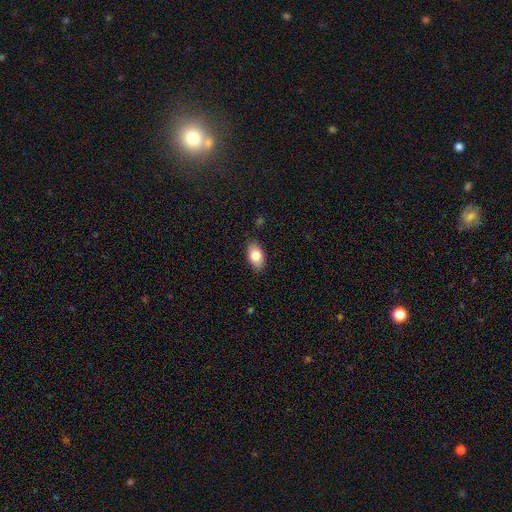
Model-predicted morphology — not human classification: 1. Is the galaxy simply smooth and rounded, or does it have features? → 80% smooth, 12% featured or disk, 7% star or artifact.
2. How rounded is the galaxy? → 91% in between, 7% round, 2% cigar-shaped.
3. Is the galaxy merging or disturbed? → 85% none, 12% minor disturbance, 2% major disturbance, 1% merger.